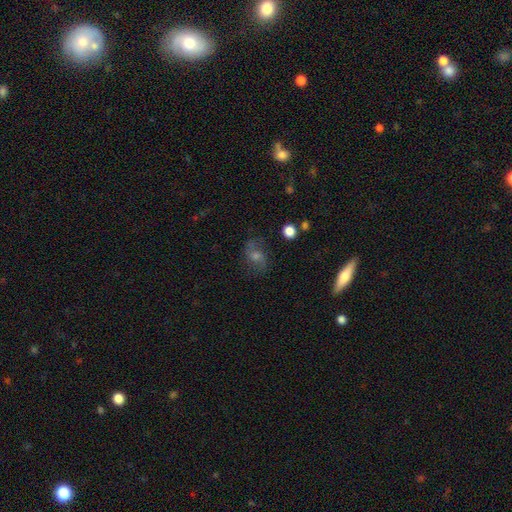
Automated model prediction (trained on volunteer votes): featured or disk 56%, smooth 27%, star or artifact 18%. Down the decision tree: edge-on disk — no (91%); bar — no (57%); spiral arms — yes (86%); bulge size — moderate (48%); merging — none (75%).